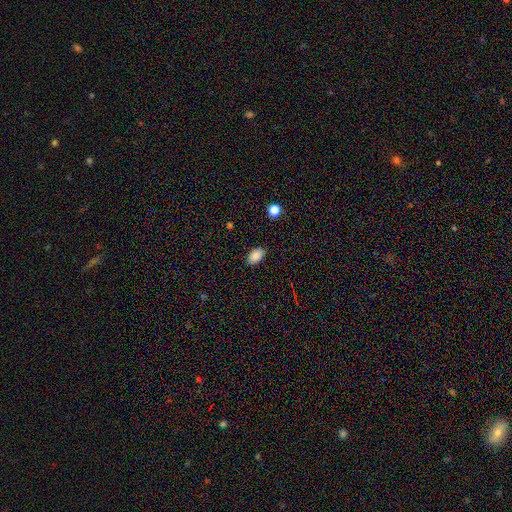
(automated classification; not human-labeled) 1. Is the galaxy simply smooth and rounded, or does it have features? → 87% smooth, 9% star or artifact, 4% featured or disk.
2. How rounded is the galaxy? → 91% in between, 8% round, 1% cigar-shaped.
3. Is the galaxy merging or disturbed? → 84% none, 12% minor disturbance, 3% major disturbance, 1% merger.